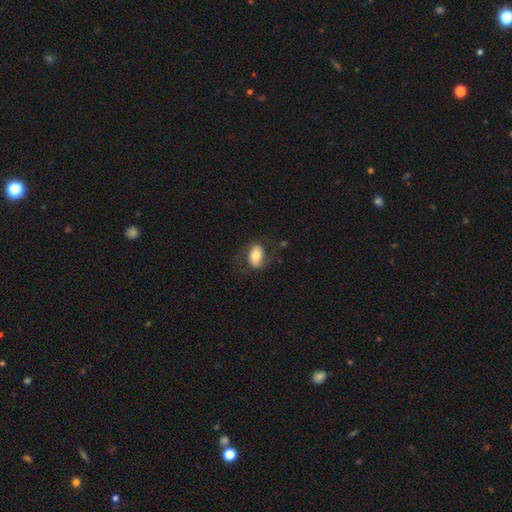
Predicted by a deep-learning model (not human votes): This appears to be a smooth galaxy with no disk features (59%) that is in between round and cigar-shaped (85%). Merging: none (67%).